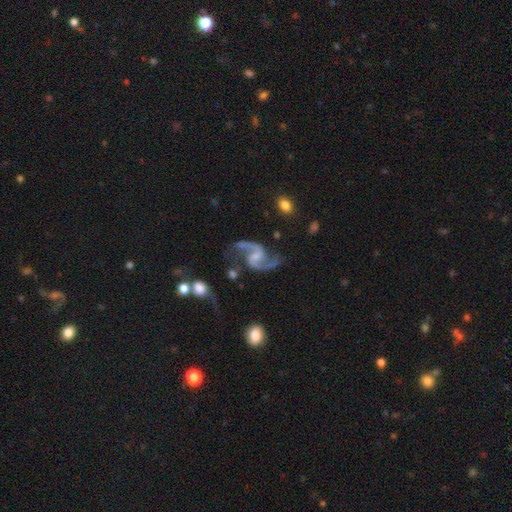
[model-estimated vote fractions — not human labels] Morphology: type=featured or disk (93%); edge-on=no (98%); bar=weak (45%); spiral arms=yes (98%); winding=loose (61%); arm count=2 (94%); bulge=small (47%); merging=none (68%).